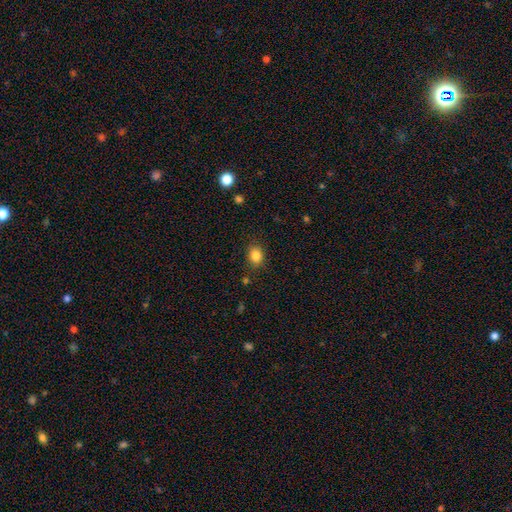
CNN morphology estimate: This is clearly a smooth galaxy (85%). How rounded: possibly in between (55%). Merging: clearly none (84%).